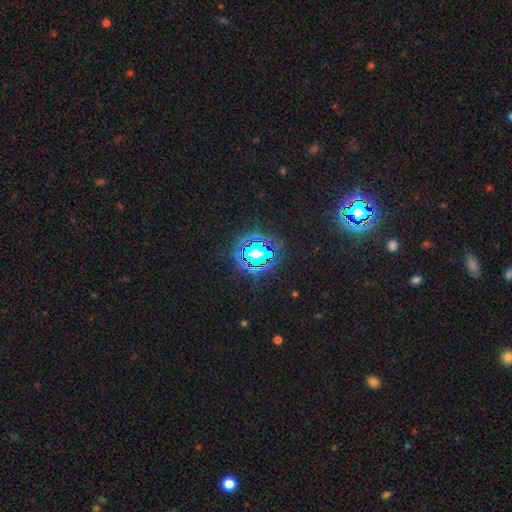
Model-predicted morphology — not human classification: This appears to be a star or artifact, not a galaxy (82%).